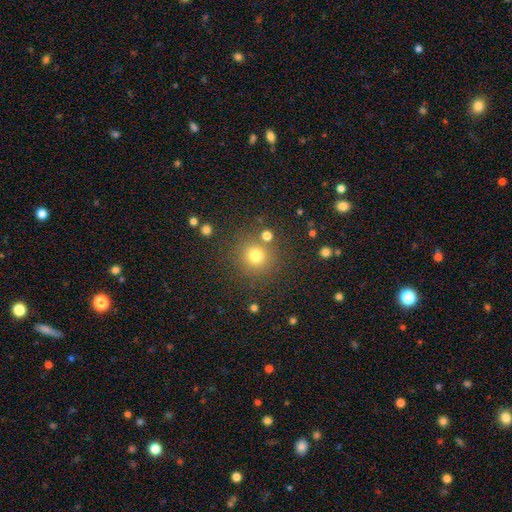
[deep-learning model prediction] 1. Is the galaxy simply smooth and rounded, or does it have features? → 76% smooth, 17% star or artifact, 7% featured or disk.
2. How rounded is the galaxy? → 92% round, 7% in between, 1% cigar-shaped.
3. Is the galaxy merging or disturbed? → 82% none, 9% minor disturbance, 6% merger, 4% major disturbance.